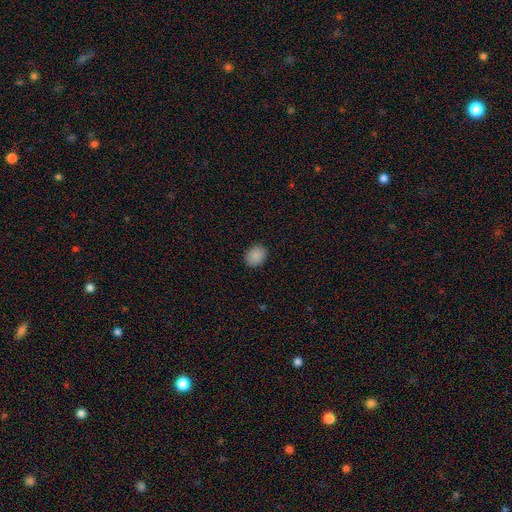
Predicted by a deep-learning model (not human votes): A smooth galaxy with no disk features (88%) that is in between round and cigar-shaped (54%). Merging: none (89%).